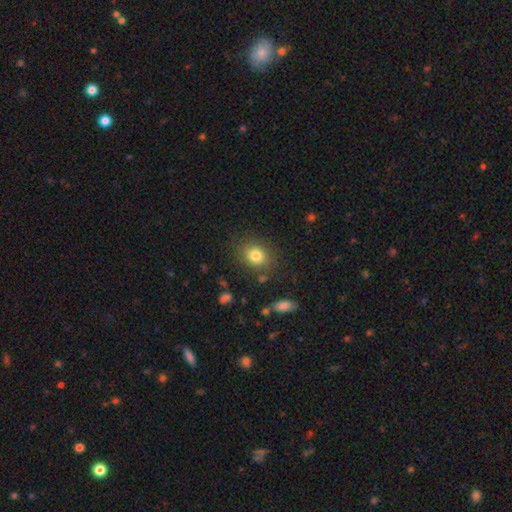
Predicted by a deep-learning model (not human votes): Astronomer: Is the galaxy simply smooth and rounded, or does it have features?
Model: smooth — 81%.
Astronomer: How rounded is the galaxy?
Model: round — 60% (runner-up: in between, 39%).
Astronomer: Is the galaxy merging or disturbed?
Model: none — 82%.